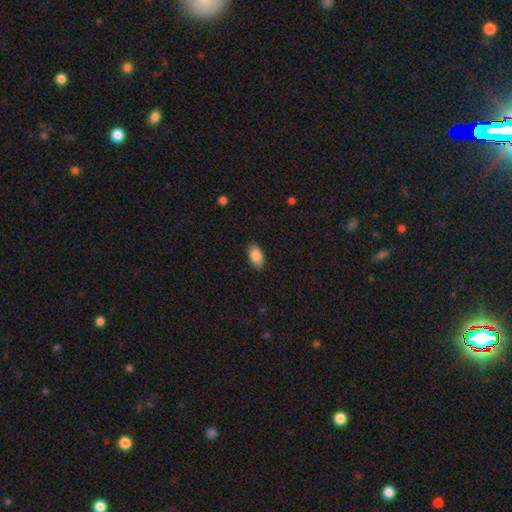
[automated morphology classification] Smooth or featured? Predicted: smooth (p=0.87). How rounded? Predicted: in between (p=0.93). Merging? Predicted: none (p=0.87).